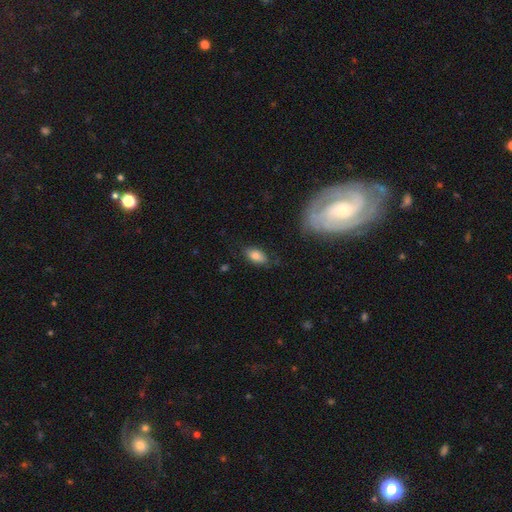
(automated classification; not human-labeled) This appears to be a smooth galaxy with no disk features (81%) that is in between round and cigar-shaped (91%). Merging: none (72%).